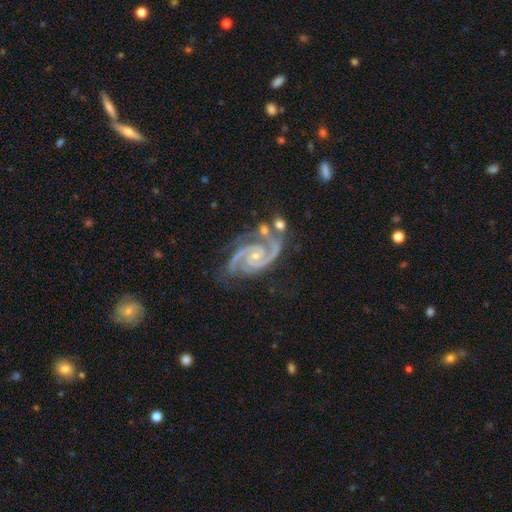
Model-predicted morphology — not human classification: This is clearly a featured or disk galaxy (93%). It is clearly not viewed edge-on (98%). Bar: likely no (60%). Spiral arm pattern: clearly yes (99%). Spiral arm count: clearly 2 (86%). Spiral winding: possibly tight (49%). Central bulge: likely small (74%). Merging: likely none (61%).